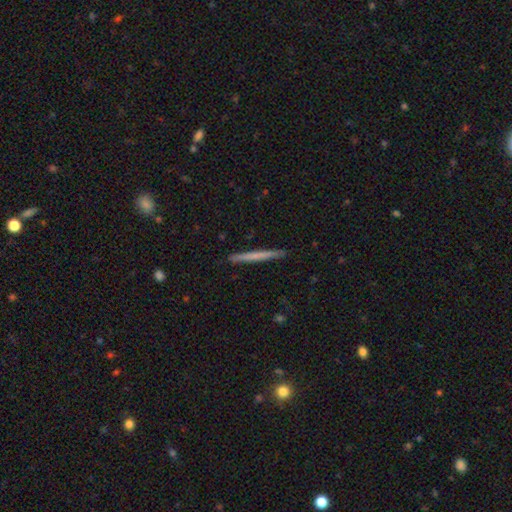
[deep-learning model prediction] Overall: smooth (57%; featured or disk 38%). How rounded: cigar-shaped (97%). Merging: none (92%).